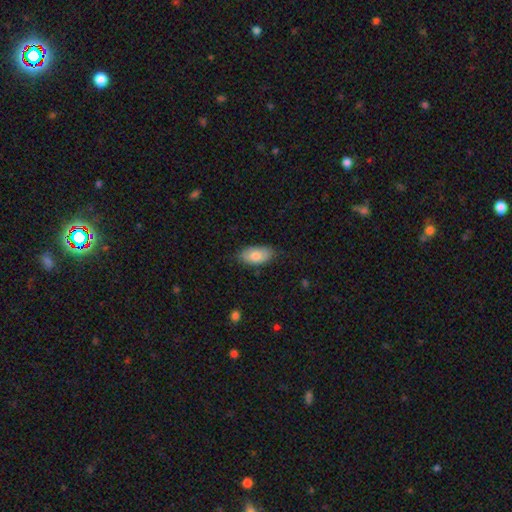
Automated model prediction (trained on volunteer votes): This appears to be a smooth galaxy with no disk features (81%) that is in between round and cigar-shaped (94%). Merging: none (74%).